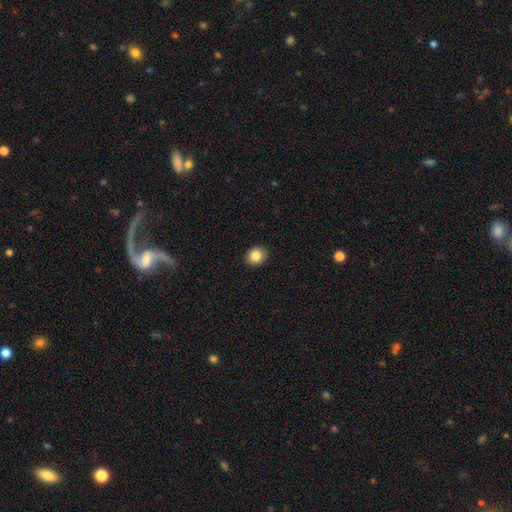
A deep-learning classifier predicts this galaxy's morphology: smooth-or-featured: smooth: 85% | star or artifact: 9% | featured or disk: 6%
  how-rounded: round: 66% | in between: 33% | cigar-shaped: 1%
  merging: none: 91% | minor disturbance: 7% | major disturbance: 2% | merger: 1%